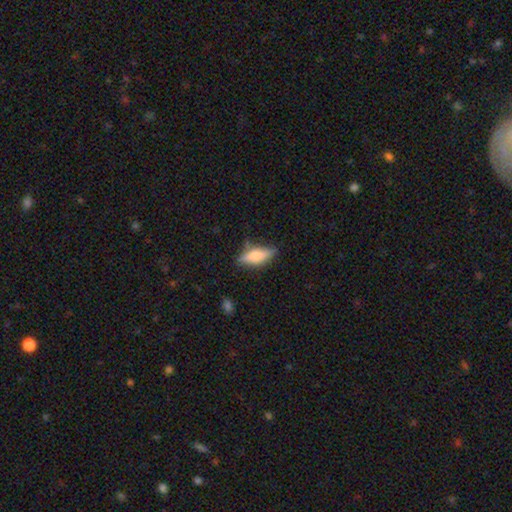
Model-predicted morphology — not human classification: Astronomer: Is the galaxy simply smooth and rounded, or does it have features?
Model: smooth — 61%.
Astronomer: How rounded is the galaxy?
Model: in between — 56% (runner-up: cigar-shaped, 41%).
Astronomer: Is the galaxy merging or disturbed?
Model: none — 73%.